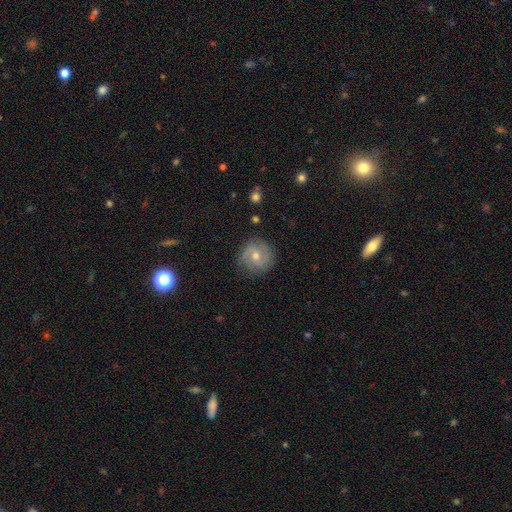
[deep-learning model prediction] featured or disk 64%, smooth 25%, star or artifact 11%. Down the decision tree: edge-on disk — no (97%); bar — no (61%); spiral arms — yes (87%); spiral arm count — 2 (52%); spiral winding — tight (50%); bulge size — moderate (58%); merging — none (80%).